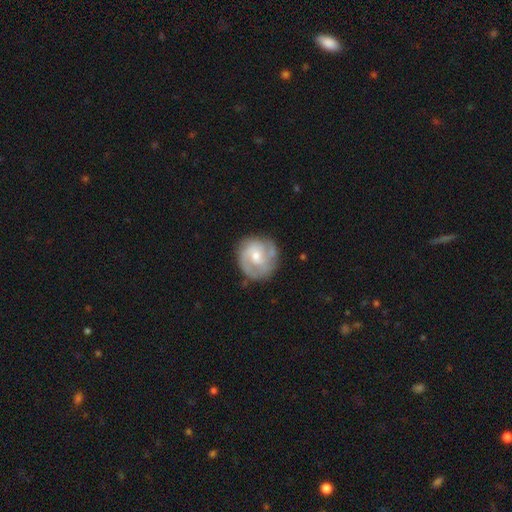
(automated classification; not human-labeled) featured or disk 71%, smooth 23%, star or artifact 6%. Down the decision tree: edge-on disk — no (98%); bar — no (57%); spiral arms — yes (89%); spiral arm count — 2 (48%); spiral winding — tight (44%); bulge size — small (48%); merging — none (74%).